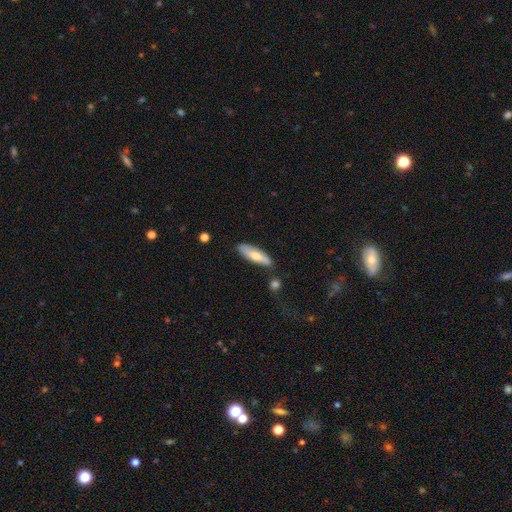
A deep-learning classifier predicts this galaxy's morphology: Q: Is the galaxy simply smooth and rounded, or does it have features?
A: smooth — 67%.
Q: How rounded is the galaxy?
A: cigar-shaped — 54%.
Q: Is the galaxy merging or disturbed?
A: none — 77%.